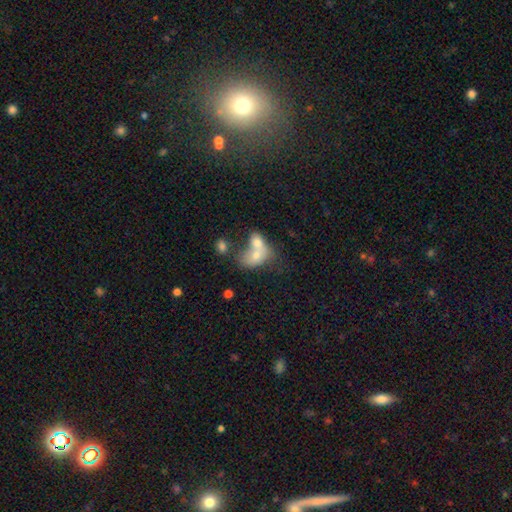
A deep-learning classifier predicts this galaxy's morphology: Overall: smooth (66%). How rounded: in between (77%). Merging: merger (76%).